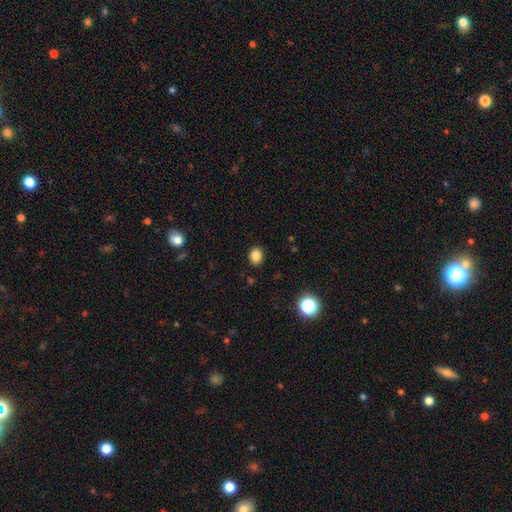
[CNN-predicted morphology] This appears to be a smooth galaxy with no disk features (84%) that is round (54%). Merging: none (89%).